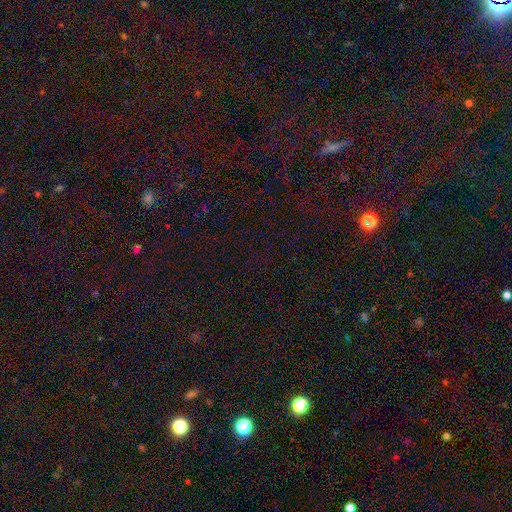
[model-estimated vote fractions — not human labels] Smooth or featured? star or artifact (75%)